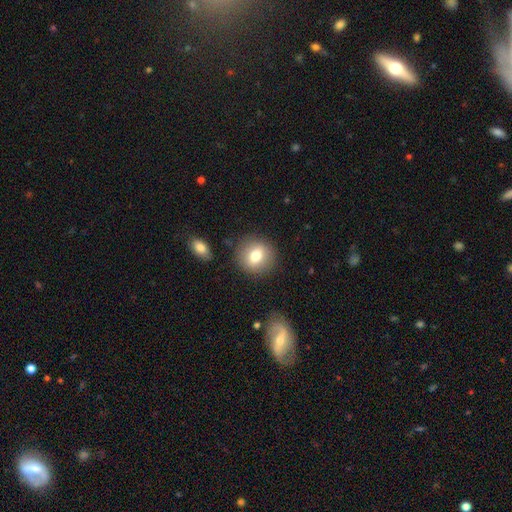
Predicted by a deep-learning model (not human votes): Smooth or featured: smooth — 76% (featured or disk — 15%)
How rounded: round — 81% (in between — 18%)
Merging: none — 86% (minor disturbance — 9%)